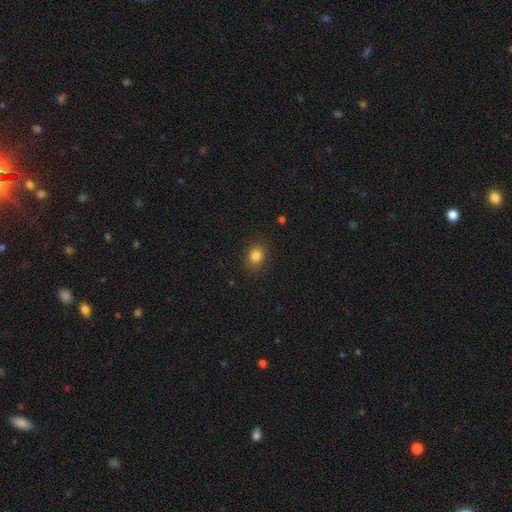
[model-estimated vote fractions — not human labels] smooth-or-featured: smooth: 84% | star or artifact: 11% | featured or disk: 5%
  how-rounded: round: 55% | in between: 44% | cigar-shaped: 1%
  merging: none: 87% | minor disturbance: 9% | major disturbance: 3% | merger: 1%